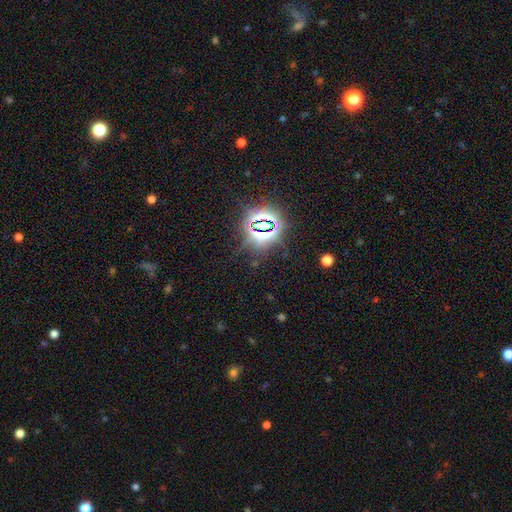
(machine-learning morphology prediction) Q: Smooth or featured?
A: star or artifact (80%); runner-up: smooth (12%)